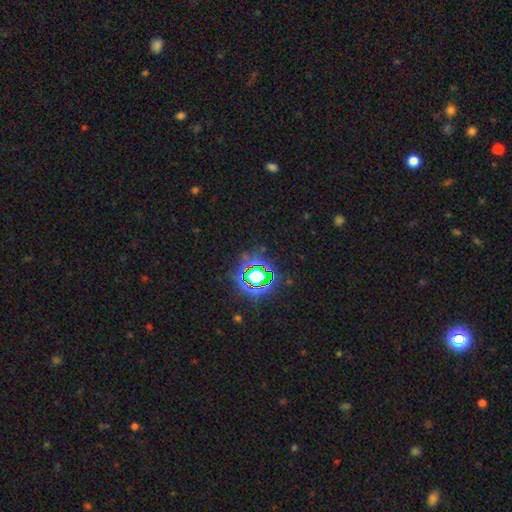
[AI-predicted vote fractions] Overall: star or artifact (79%).